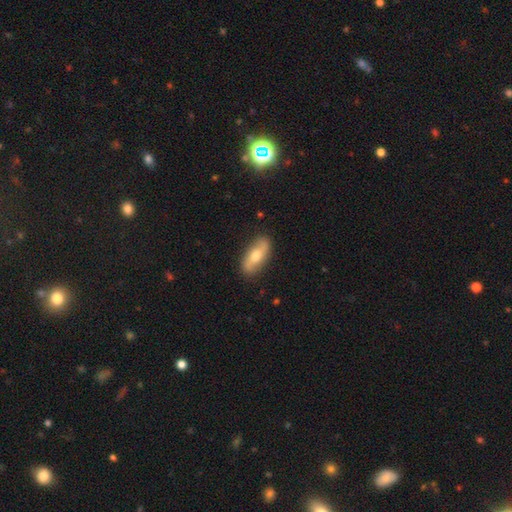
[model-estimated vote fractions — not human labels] A featured or disk galaxy (52%). Merging: none (85%).